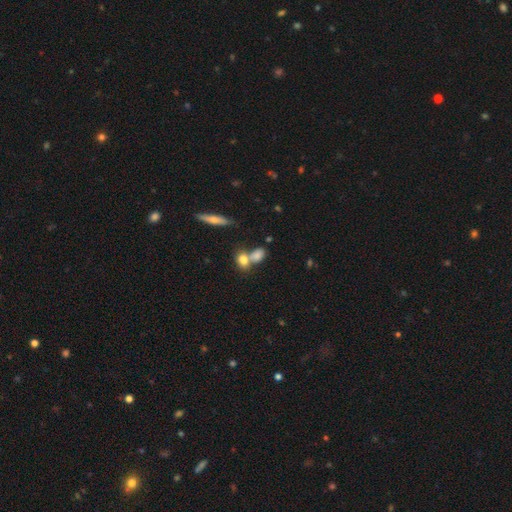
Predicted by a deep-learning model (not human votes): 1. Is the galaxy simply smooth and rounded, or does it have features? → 73% smooth, 15% featured or disk, 12% star or artifact.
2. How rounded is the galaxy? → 59% in between, 33% round, 8% cigar-shaped.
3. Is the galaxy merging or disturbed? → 46% merger, 40% none, 9% minor disturbance, 4% major disturbance.